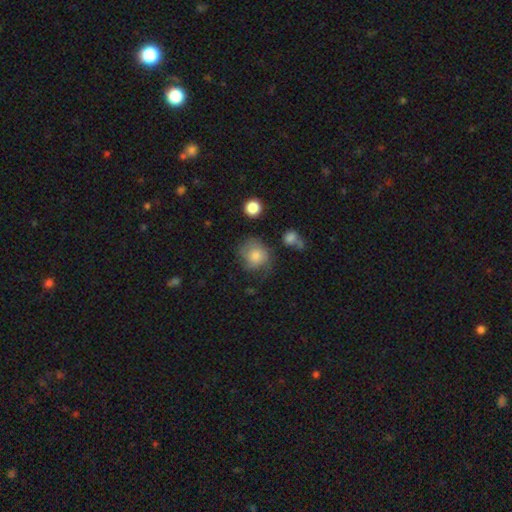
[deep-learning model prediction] smooth 72%, featured or disk 19%, star or artifact 9%. Down the decision tree: how rounded — round (77%); merging — none (53%).